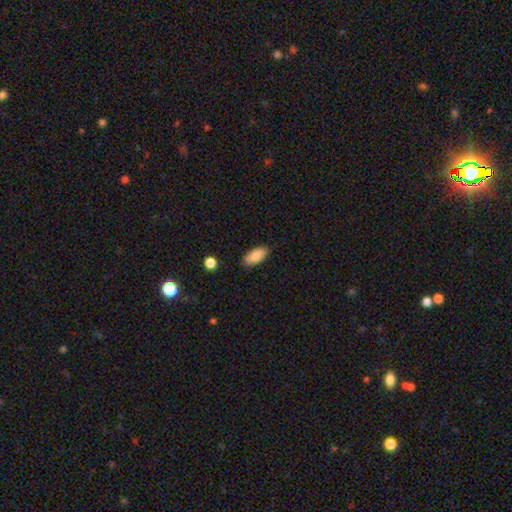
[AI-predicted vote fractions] Smooth or featured? smooth (87%)
How rounded? in between (88%)
Merging? none (84%)